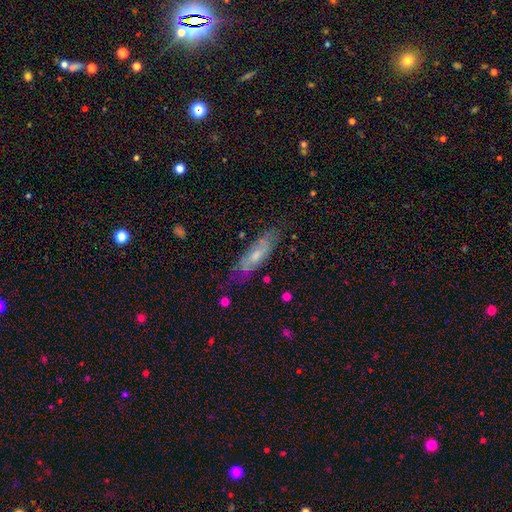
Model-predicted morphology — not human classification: Smooth or featured? Predicted: featured or disk (p=0.56). Edge-on disk? Predicted: no (p=0.64). Merging? Predicted: none (p=0.74).